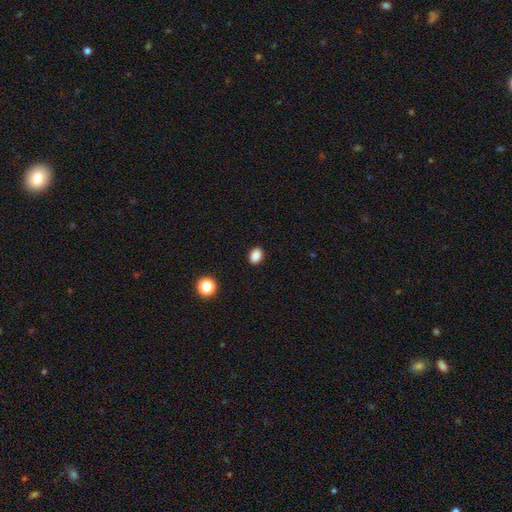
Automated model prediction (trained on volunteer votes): This appears to be a smooth galaxy with no disk features (87%) that is in between round and cigar-shaped (65%). Merging: none (91%).